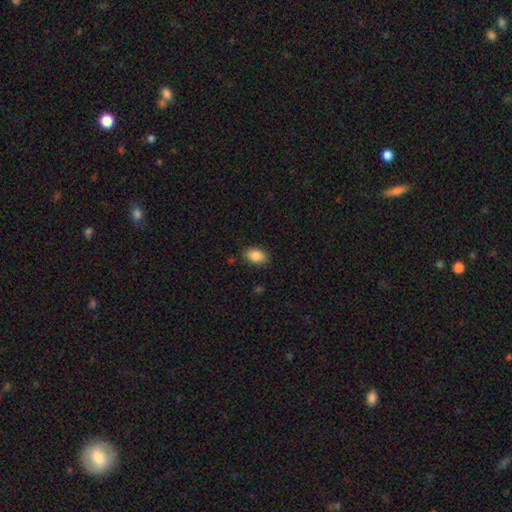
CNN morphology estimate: Smooth or featured? Predicted: smooth (p=0.87). How rounded? Predicted: in between (p=0.86). Merging? Predicted: none (p=0.85).